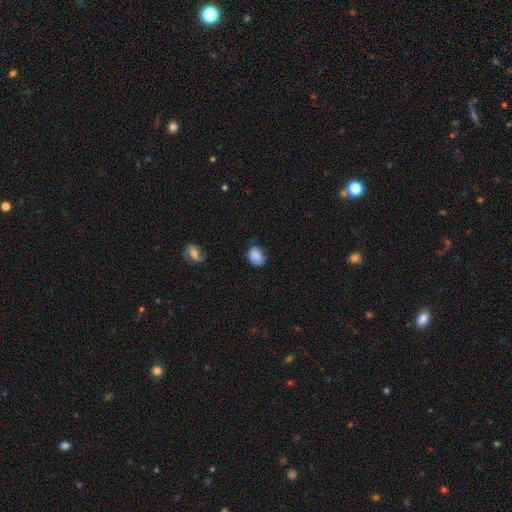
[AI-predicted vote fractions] This appears to be a smooth galaxy with no disk features (85%) that is in between round and cigar-shaped (52%). Merging: none (71%).